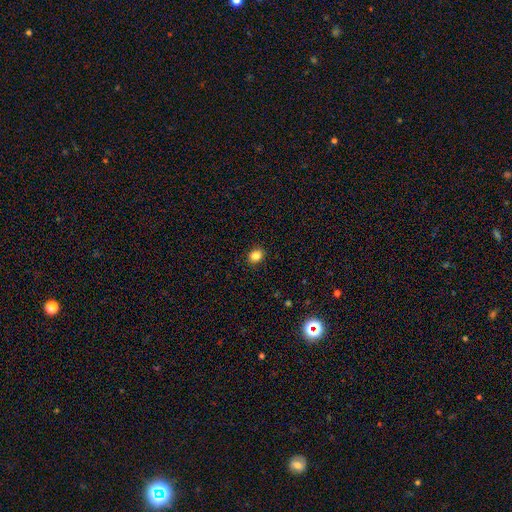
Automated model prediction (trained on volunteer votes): Smooth or featured? smooth (85%)
How rounded? round (61%)
Merging? none (91%)